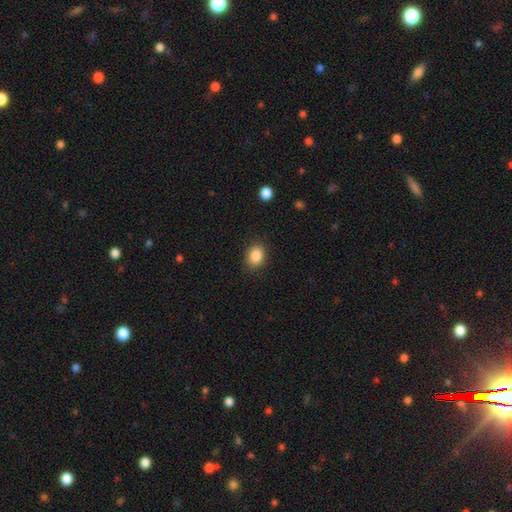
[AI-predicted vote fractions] Morphology: type=smooth (87%); roundness=in between (66%); merging=none (87%).